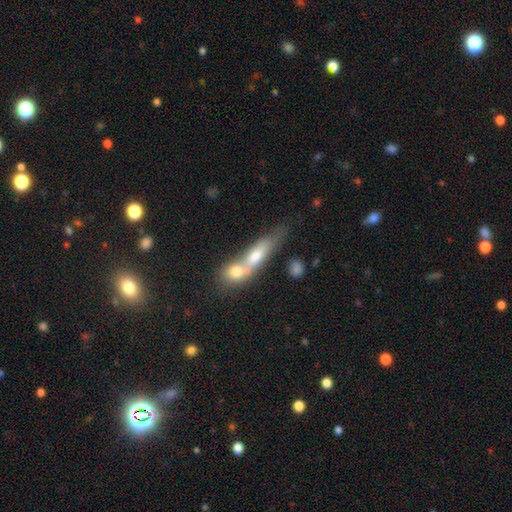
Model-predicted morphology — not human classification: smooth_or_featured: smooth (p=0.63) [alt: featured or disk p=0.29]
how_rounded: cigar-shaped (p=0.48) [alt: in between p=0.45]
merging: merger (p=0.63) [alt: none p=0.23]